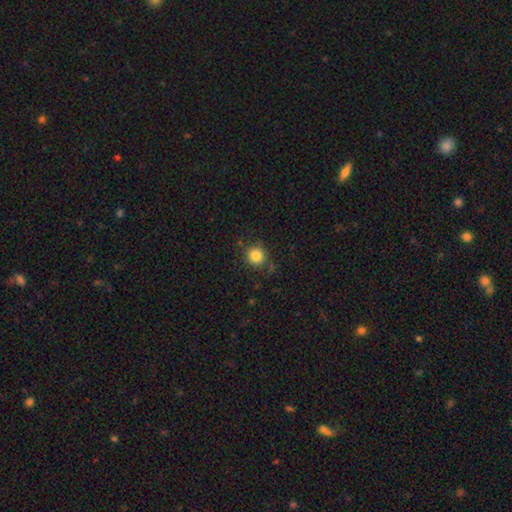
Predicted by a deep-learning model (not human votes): Smooth or featured: smooth — 83% (star or artifact — 11%)
How rounded: round — 91% (in between — 8%)
Merging: none — 81% (minor disturbance — 12%)